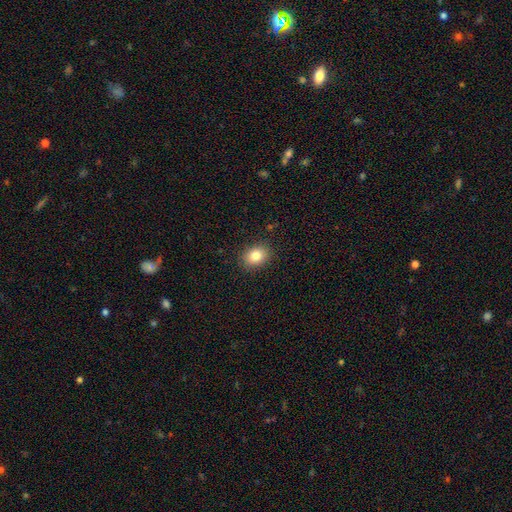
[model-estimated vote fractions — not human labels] smooth-or-featured: smooth: 83% | star or artifact: 9% | featured or disk: 7%
  how-rounded: in between: 63% | round: 36% | cigar-shaped: 1%
  merging: none: 88% | minor disturbance: 9% | major disturbance: 2% | merger: 1%